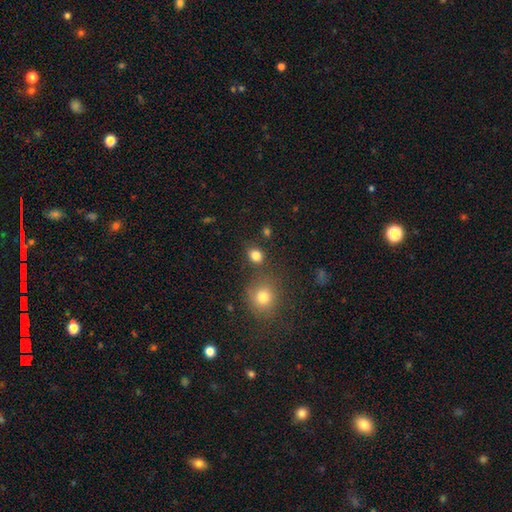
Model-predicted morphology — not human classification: smooth 82%, star or artifact 12%, featured or disk 5%. Down the decision tree: how rounded — round (57%); merging — none (75%).